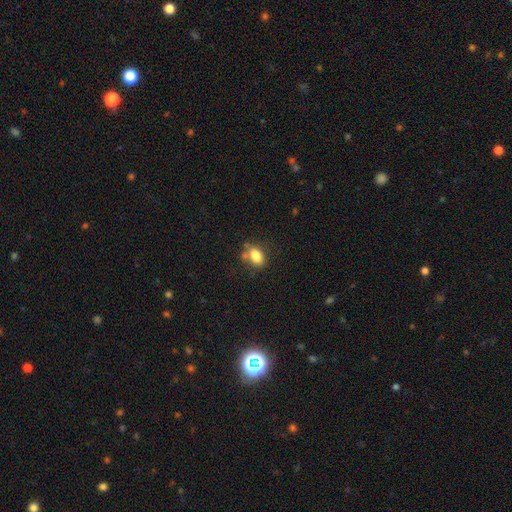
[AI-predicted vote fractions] Q: Smooth or featured?
A: smooth (82%); runner-up: star or artifact (9%)
Q: How rounded?
A: in between (82%); runner-up: round (16%)
Q: Merging?
A: none (60%); runner-up: minor disturbance (20%)